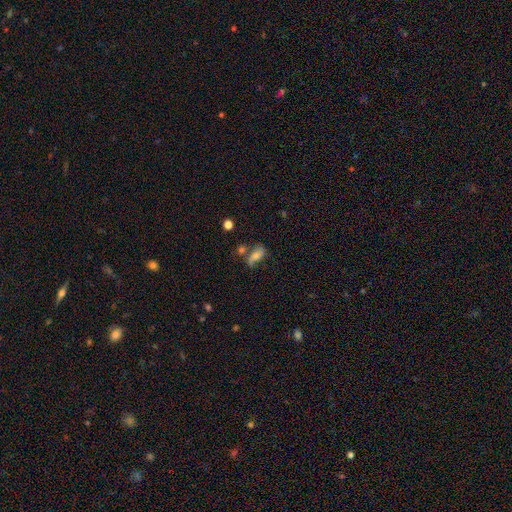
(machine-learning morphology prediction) Smooth or featured? Predicted: smooth (p=0.51). How rounded? Predicted: in between (p=0.80). Merging? Predicted: none (p=0.47).